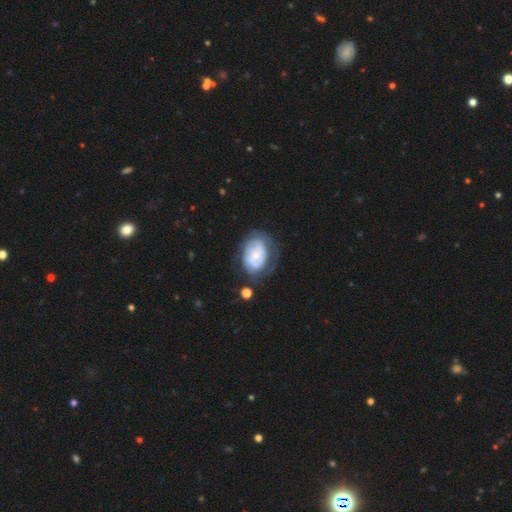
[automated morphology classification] A featured or disk galaxy (63%) with no bar (67%), spiral arms (70%) and a small central bulge (56%). Merging: none (51%).